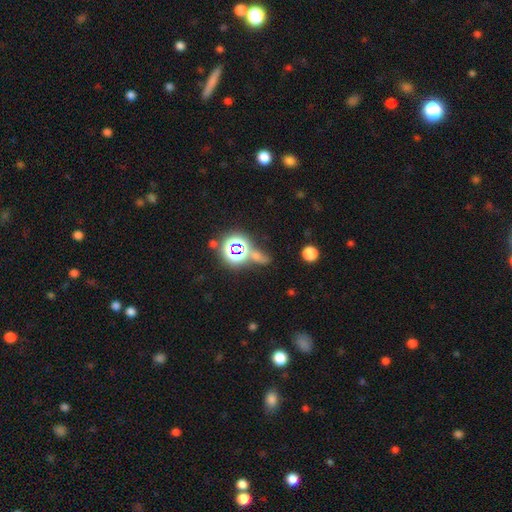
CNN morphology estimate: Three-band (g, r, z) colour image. It shows a star or artifact, not a galaxy (62%).